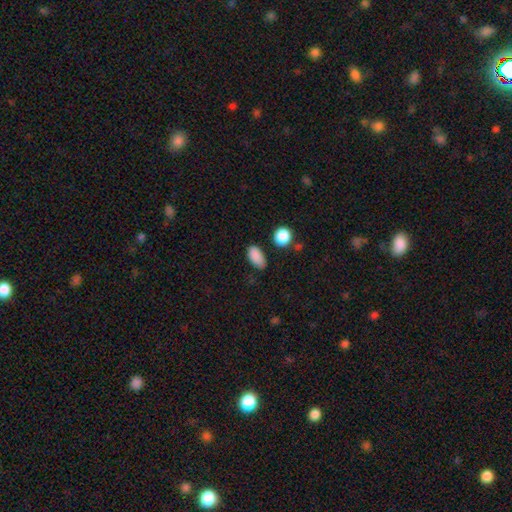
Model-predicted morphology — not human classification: Smooth or featured? smooth (87%)
How rounded? in between (90%)
Merging? none (77%)